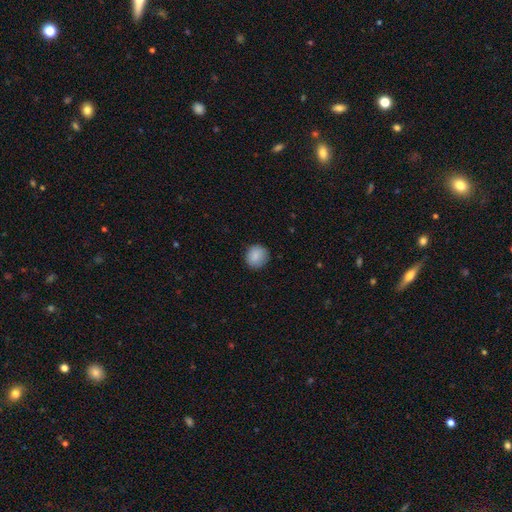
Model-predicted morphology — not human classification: smooth 87%, star or artifact 8%, featured or disk 5%. Down the decision tree: how rounded — round (87%); merging — none (87%).